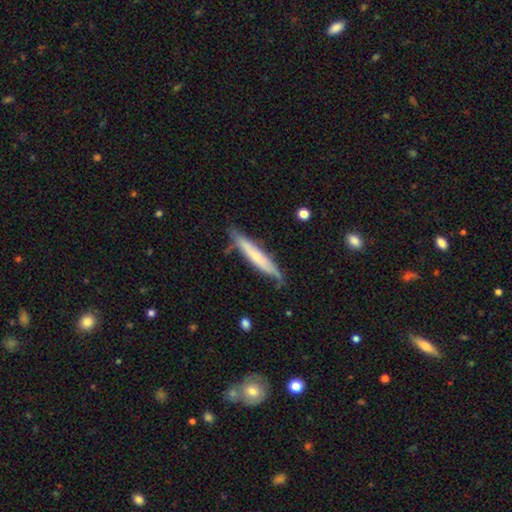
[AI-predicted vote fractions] This is possibly a smooth galaxy (52%). How rounded: clearly cigar-shaped (92%). Merging: likely none (73%).